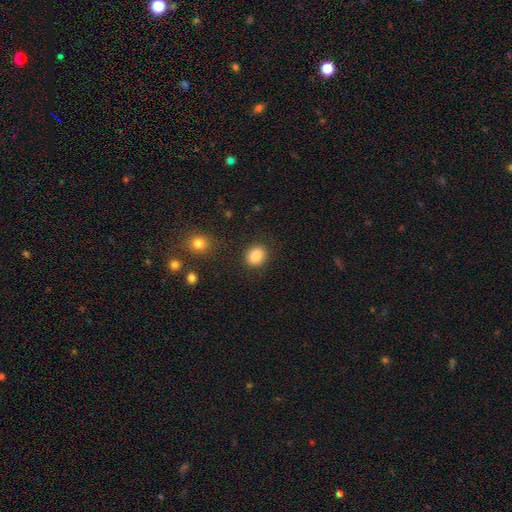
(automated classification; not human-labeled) Smooth or featured?
  - smooth: 86% *
  - star or artifact: 9%
  - featured or disk: 5%
How rounded?
  - round: 65% *
  - in between: 34%
  - cigar-shaped: 1%
Merging?
  - none: 88% *
  - minor disturbance: 7%
  - major disturbance: 3%
  - merger: 2%